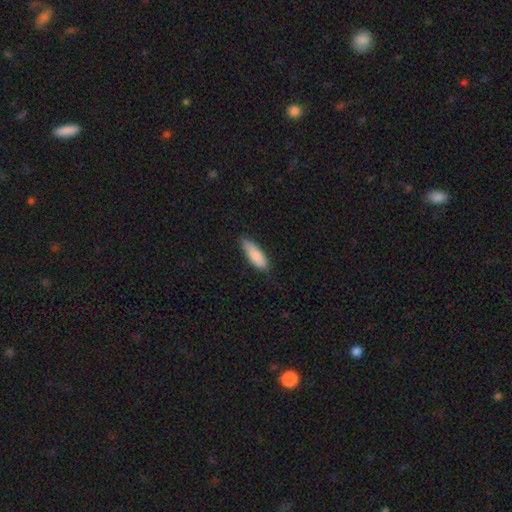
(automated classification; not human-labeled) Smooth or featured: smooth — 87% (featured or disk — 7%)
How rounded: in between — 59% (cigar-shaped — 39%)
Merging: none — 73% (minor disturbance — 22%)